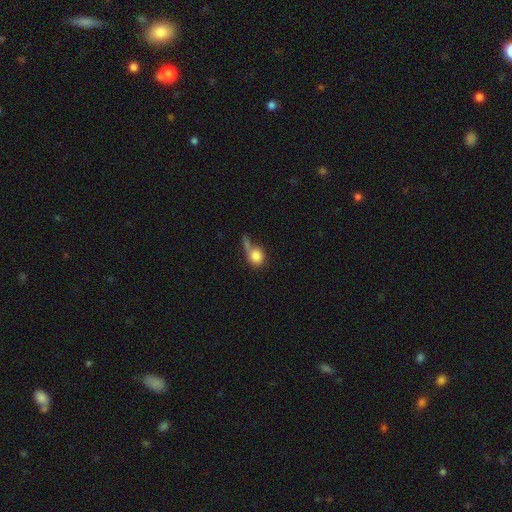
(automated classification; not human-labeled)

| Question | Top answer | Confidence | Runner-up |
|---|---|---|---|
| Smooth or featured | smooth | 77% | featured or disk (14%) |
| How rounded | round | 67% | in between (31%) |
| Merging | none | 31% | major disturbance (27%) |